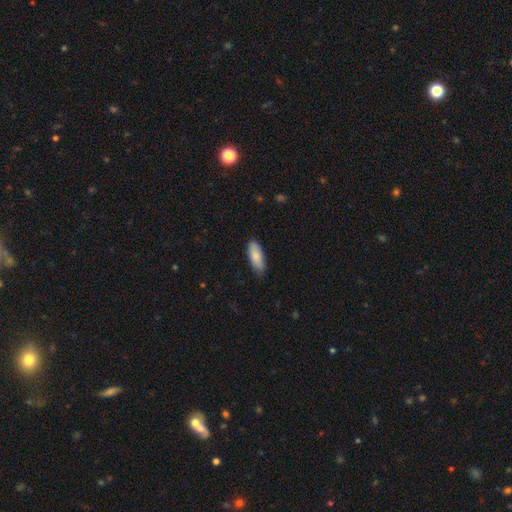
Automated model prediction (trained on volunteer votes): The model was most divided on "how rounded": in between: 70%, cigar-shaped: 28%, round: 2%. More confident: smooth or featured — smooth (84%); merging — none (81%).